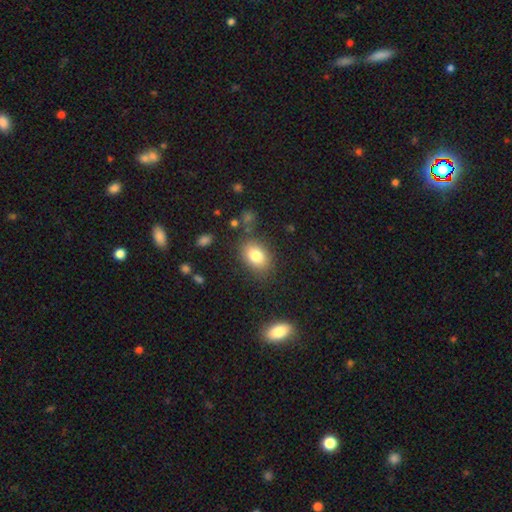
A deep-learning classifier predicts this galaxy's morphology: Smooth or featured? Predicted: smooth (p=0.80). How rounded? Predicted: in between (p=0.75). Merging? Predicted: none (p=0.81).